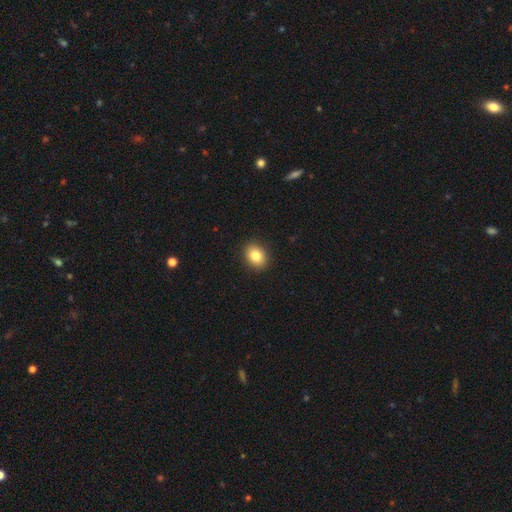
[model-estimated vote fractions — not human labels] Smooth or featured? Predicted: smooth (p=0.84). How rounded? Predicted: in between (p=0.62). Merging? Predicted: none (p=0.90).